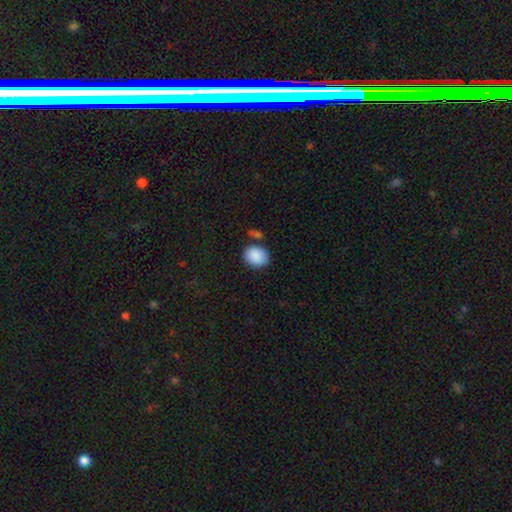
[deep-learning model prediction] A smooth galaxy with no disk features (89%) that is round (54%). Merging: none (75%).